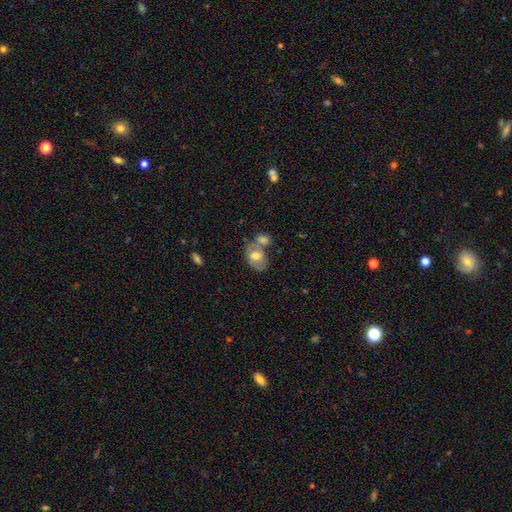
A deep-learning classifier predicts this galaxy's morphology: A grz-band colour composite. It shows a smooth galaxy with no disk features (56%) that is in between round and cigar-shaped (75%). Merging: merger (47%).